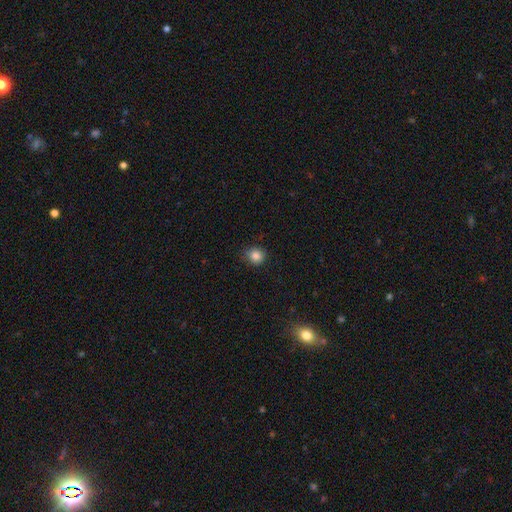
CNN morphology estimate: smooth_or_featured: smooth (p=0.85) [alt: star or artifact p=0.11]
how_rounded: round (p=0.87) [alt: in between p=0.12]
merging: none (p=0.83) [alt: minor disturbance p=0.14]